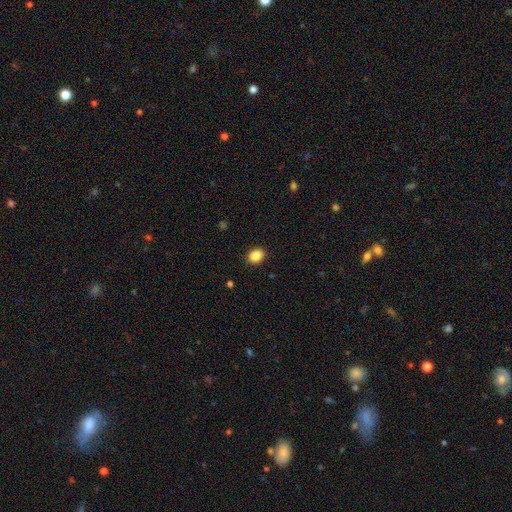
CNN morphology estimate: Smooth or featured?
  - smooth: 87% *
  - star or artifact: 9%
  - featured or disk: 4%
How rounded?
  - in between: 59% *
  - round: 40%
  - cigar-shaped: 1%
Merging?
  - none: 90% *
  - minor disturbance: 7%
  - major disturbance: 2%
  - merger: 1%